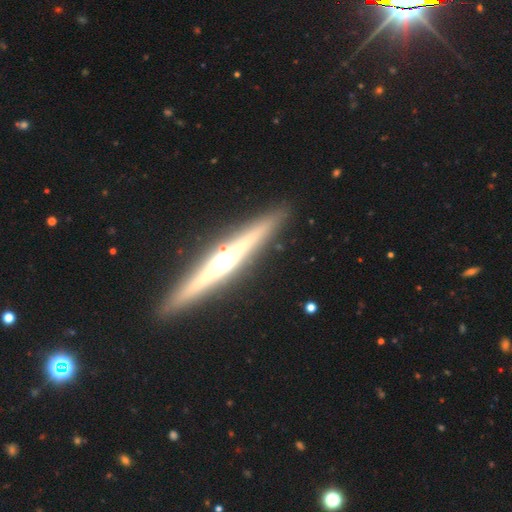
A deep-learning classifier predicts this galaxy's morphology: A featured or disk galaxy (83%) viewed edge-on (98%) with a rounded central bulge (84%). Merging: none (92%).